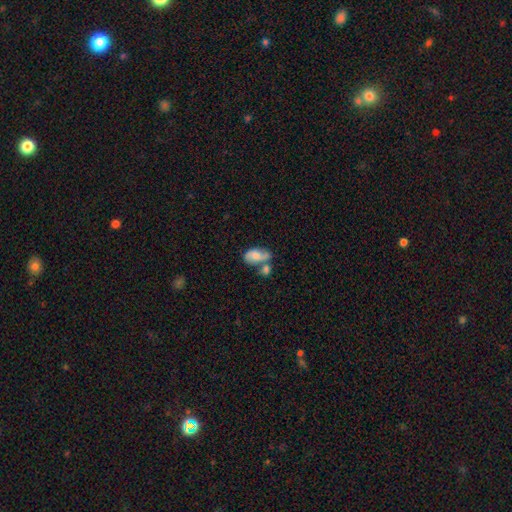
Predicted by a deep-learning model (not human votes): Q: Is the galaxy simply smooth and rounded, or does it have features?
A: smooth — 51%.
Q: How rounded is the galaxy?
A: in between — 89%.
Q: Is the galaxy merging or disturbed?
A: merger — 37%.